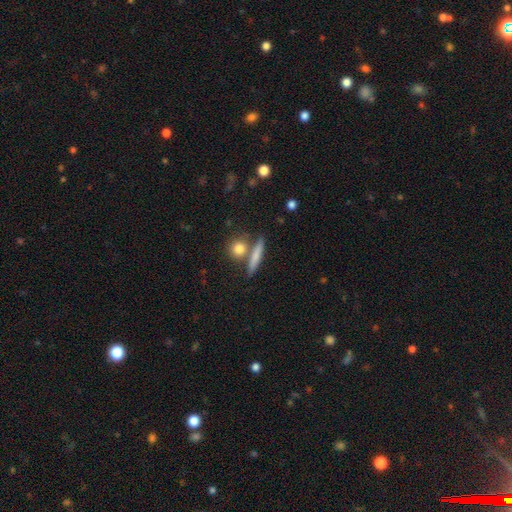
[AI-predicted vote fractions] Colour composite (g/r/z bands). It shows a smooth galaxy with no disk features (72%) that is cigar-shaped (69%). Merging: none (70%).